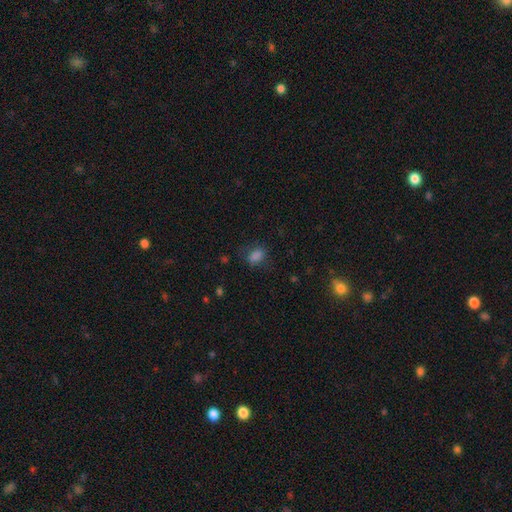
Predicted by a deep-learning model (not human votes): Overall: smooth (80%). How rounded: in between (77%). Merging: none (69%).